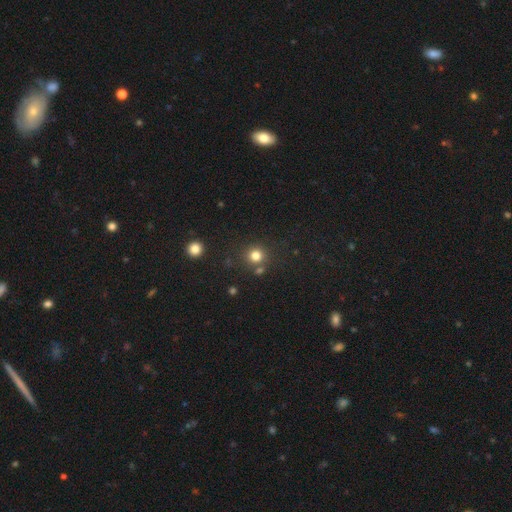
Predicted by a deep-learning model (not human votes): smooth 79%, star or artifact 15%, featured or disk 6%. Down the decision tree: how rounded — round (92%); merging — none (79%).